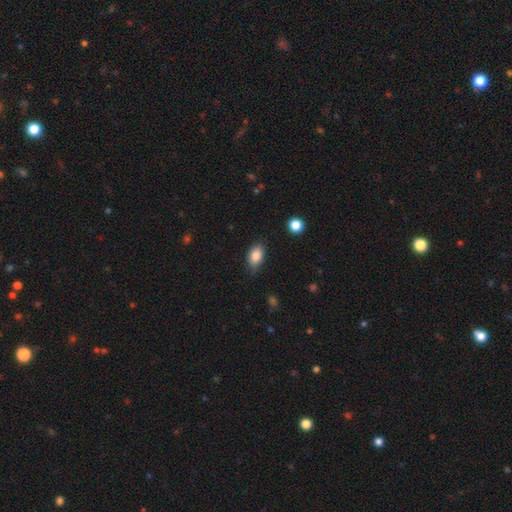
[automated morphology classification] smooth-or-featured: smooth: 85% | star or artifact: 8% | featured or disk: 7%
  how-rounded: in between: 88% | round: 9% | cigar-shaped: 3%
  merging: none: 77% | minor disturbance: 18% | major disturbance: 3% | merger: 1%